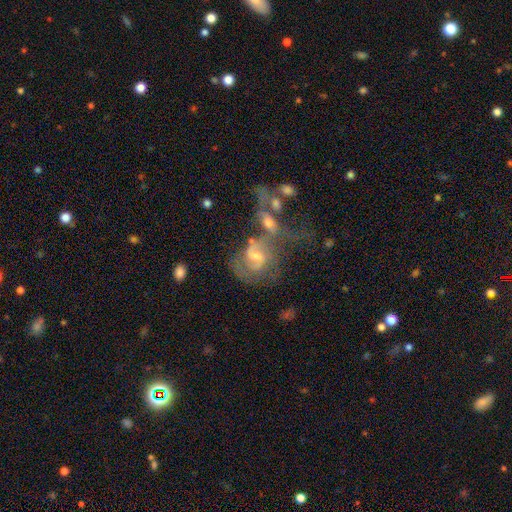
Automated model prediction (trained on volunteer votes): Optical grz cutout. It shows a featured or disk galaxy (52%). Merging: merger (36%).